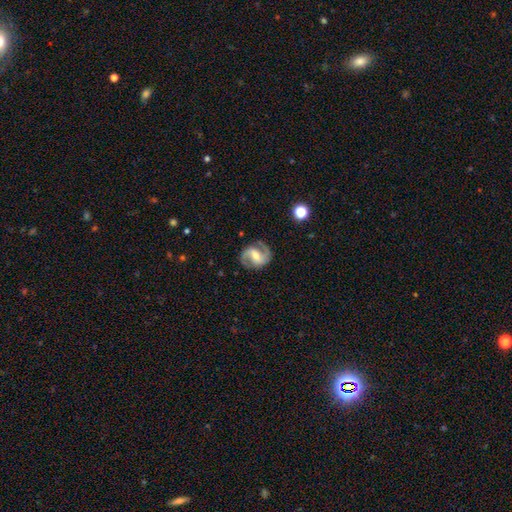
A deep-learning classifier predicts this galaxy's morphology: type=featured or disk (88%); edge-on=no (98%); bar=weak (44%); spiral arms=yes (97%); winding=medium (58%); arm count=2 (93%); bulge=moderate (55%); merging=none (83%).